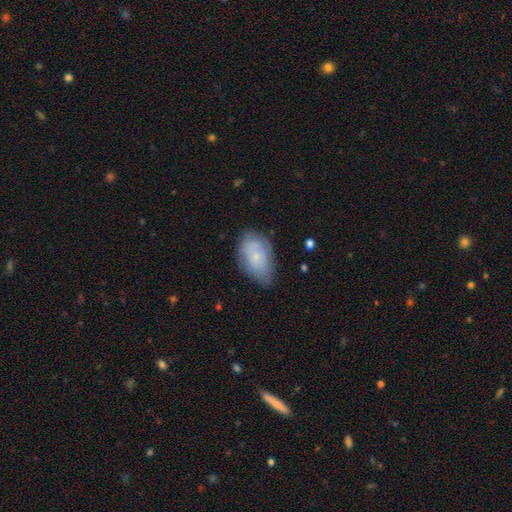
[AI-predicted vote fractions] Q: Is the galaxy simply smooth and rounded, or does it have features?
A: smooth — 58%.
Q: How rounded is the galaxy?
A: in between — 91%.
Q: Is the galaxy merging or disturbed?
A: none — 65%.